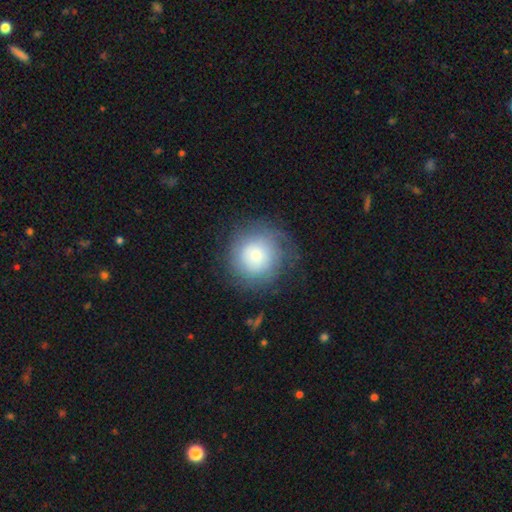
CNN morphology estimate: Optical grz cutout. It shows a smooth galaxy with no disk features (63%) that is round (93%). Merging: none (72%).